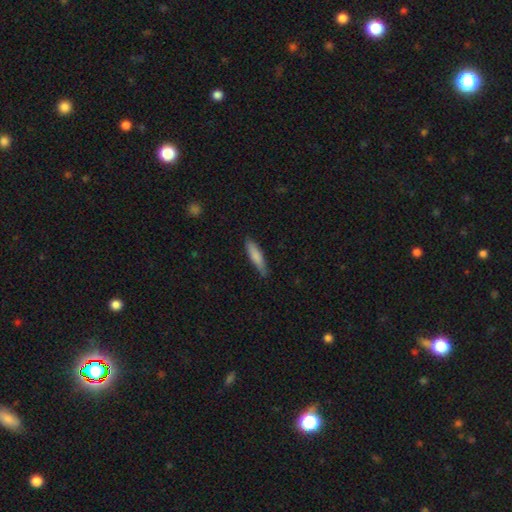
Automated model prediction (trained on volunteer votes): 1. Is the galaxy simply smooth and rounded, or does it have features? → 80% smooth, 14% featured or disk, 6% star or artifact.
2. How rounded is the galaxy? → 79% cigar-shaped, 20% in between, 1% round.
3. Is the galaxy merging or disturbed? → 79% none, 17% minor disturbance, 3% major disturbance, 1% merger.